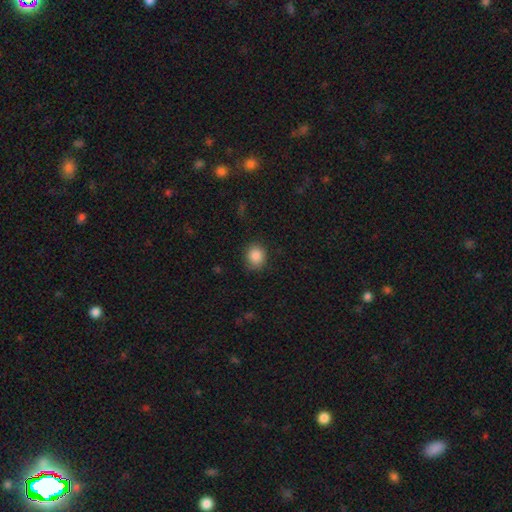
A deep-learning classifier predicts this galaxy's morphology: A smooth galaxy with no disk features (87%) that is round (74%).

Vote fractions:
- Smooth or featured? smooth: 87% / star or artifact: 9% / featured or disk: 4%
- How rounded? round: 74% / in between: 25% / cigar-shaped: 1%
- Merging? none: 82% / minor disturbance: 13% / major disturbance: 3% / merger: 1%